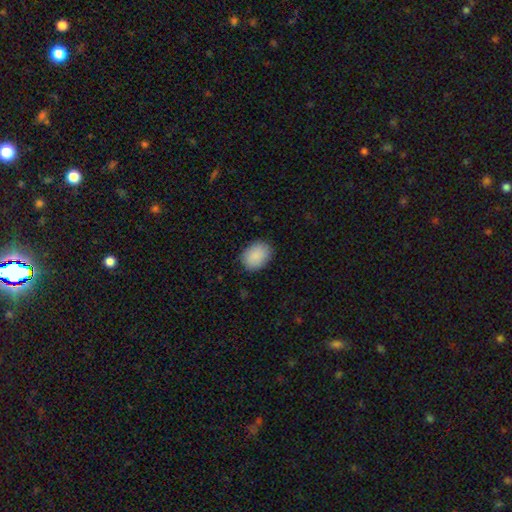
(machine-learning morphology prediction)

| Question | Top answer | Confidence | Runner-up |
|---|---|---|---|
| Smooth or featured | smooth | 90% | star or artifact (6%) |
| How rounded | in between | 70% | round (30%) |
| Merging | none | 85% | minor disturbance (12%) |